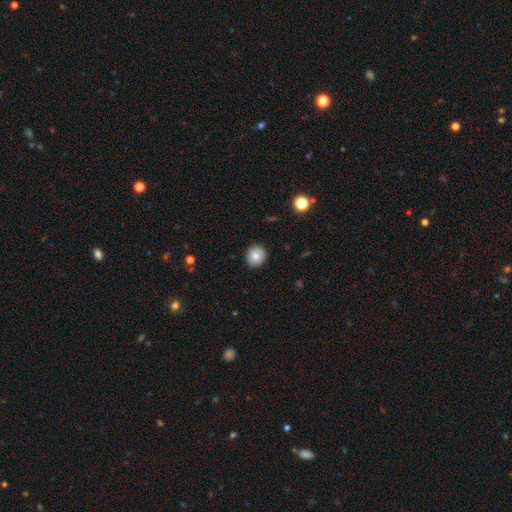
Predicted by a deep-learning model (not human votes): Morphology: type=smooth (82%); roundness=round (88%); merging=none (90%).